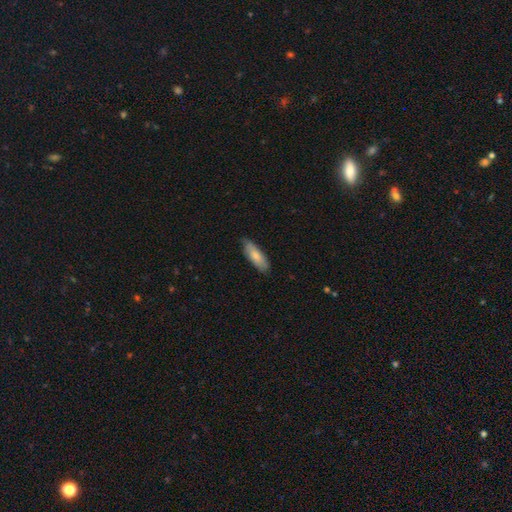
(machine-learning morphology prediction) smooth_or_featured: smooth (p=0.78) [alt: featured or disk p=0.17]
how_rounded: in between (p=0.60) [alt: cigar-shaped p=0.38]
merging: none (p=0.79) [alt: minor disturbance p=0.18]